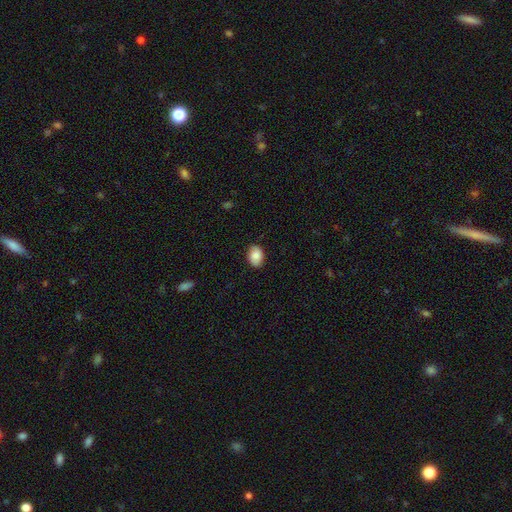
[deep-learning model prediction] Morphology: type=smooth (85%); roundness=in between (82%); merging=none (86%).